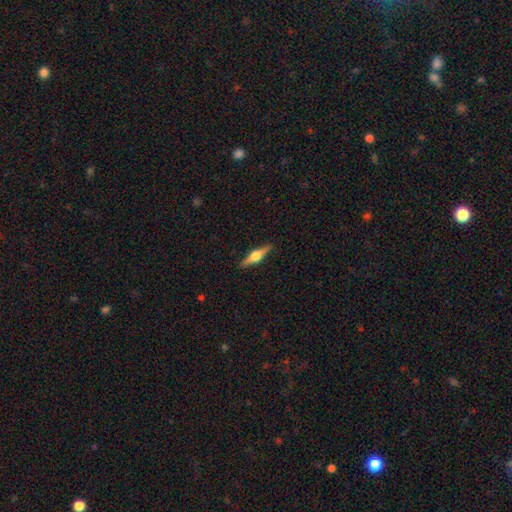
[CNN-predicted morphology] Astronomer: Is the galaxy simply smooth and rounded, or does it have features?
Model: featured or disk — 70%.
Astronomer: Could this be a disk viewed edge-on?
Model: yes — 97%.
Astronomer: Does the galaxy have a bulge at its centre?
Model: rounded — 94%.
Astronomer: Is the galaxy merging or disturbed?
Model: none — 90%.